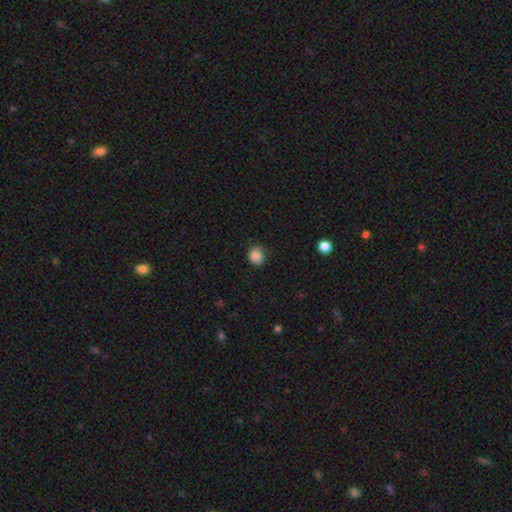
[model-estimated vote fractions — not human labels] Morphology: type=smooth (82%); roundness=round (78%); merging=none (70%).